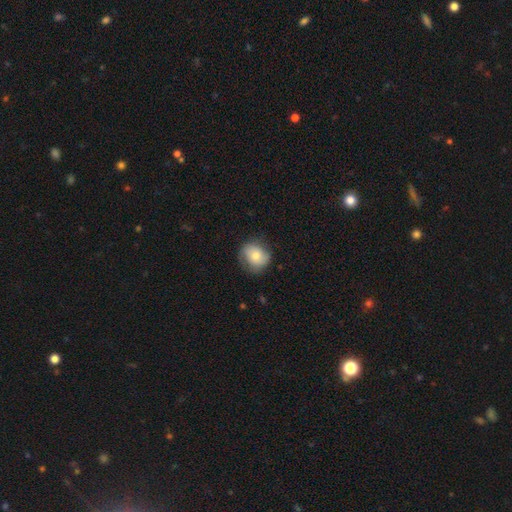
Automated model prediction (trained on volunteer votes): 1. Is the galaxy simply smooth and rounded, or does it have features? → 67% smooth, 25% featured or disk, 8% star or artifact.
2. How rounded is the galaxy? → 74% round, 25% in between, 1% cigar-shaped.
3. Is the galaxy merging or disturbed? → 69% none, 23% minor disturbance, 7% major disturbance, 1% merger.